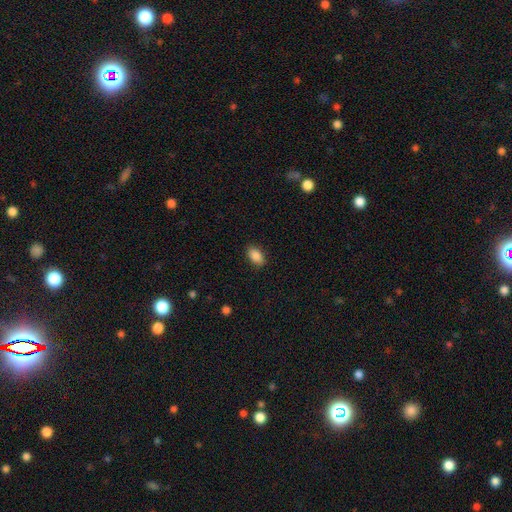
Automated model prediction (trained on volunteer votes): smooth-or-featured: smooth: 87% | star or artifact: 7% | featured or disk: 6%
  how-rounded: in between: 91% | round: 5% | cigar-shaped: 3%
  merging: none: 87% | minor disturbance: 9% | major disturbance: 2% | merger: 1%